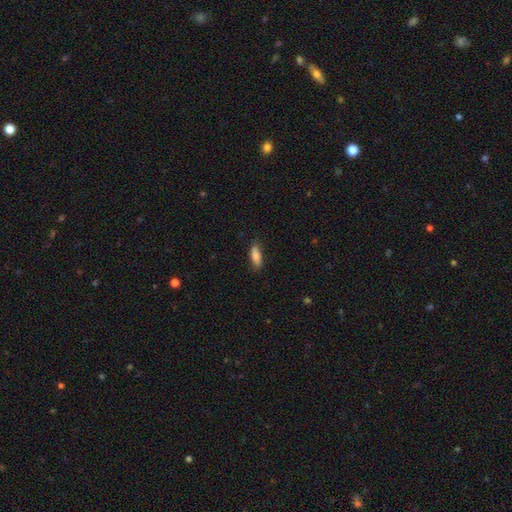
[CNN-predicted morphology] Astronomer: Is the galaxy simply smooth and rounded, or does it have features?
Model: smooth — 80%.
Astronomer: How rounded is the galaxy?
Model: in between — 59% (runner-up: cigar-shaped, 39%).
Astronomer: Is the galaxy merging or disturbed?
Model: none — 83%.